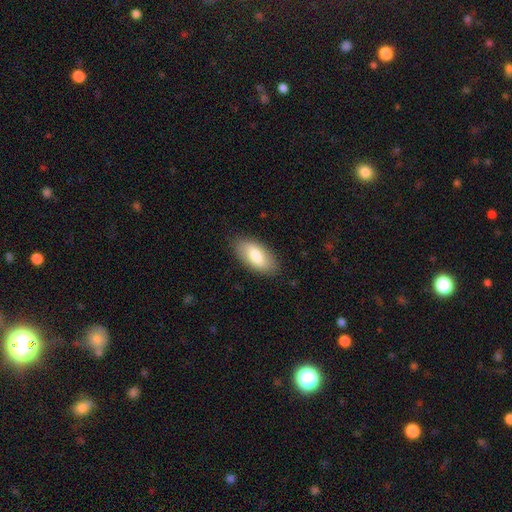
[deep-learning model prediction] A smooth galaxy with no disk features (77%) that is in between round and cigar-shaped (92%).

Vote fractions:
- Smooth or featured? smooth: 77% / featured or disk: 18% / star or artifact: 6%
- How rounded? in between: 92% / cigar-shaped: 6% / round: 3%
- Merging? none: 85% / minor disturbance: 11% / major disturbance: 3% / merger: 1%